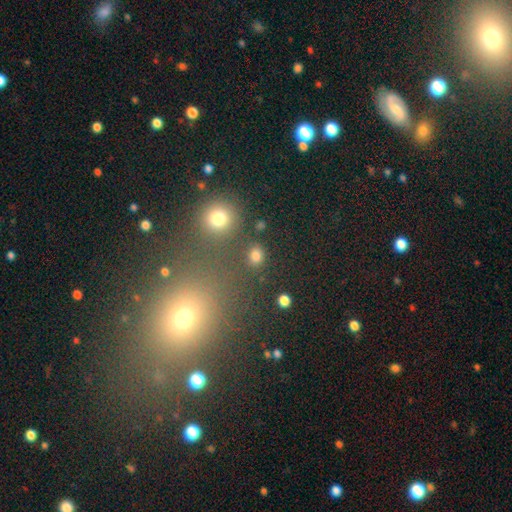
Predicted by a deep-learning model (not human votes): Overall: smooth (79%). How rounded: round (66%; in between 32%). Merging: none (84%).